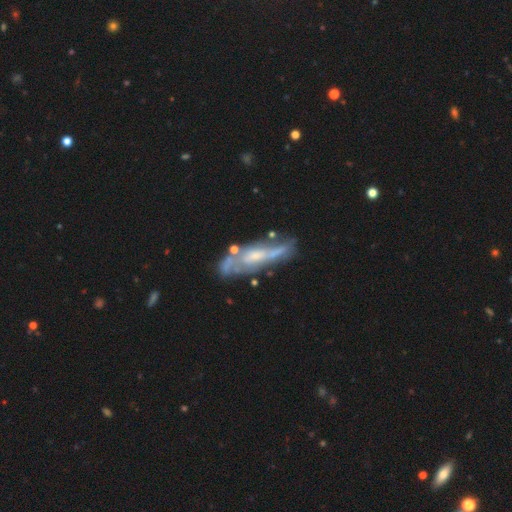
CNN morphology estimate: This appears to be a featured or disk galaxy (75%) with no bar (54%), spiral arms (73%) and a small central bulge (48%). Merging: none (61%).